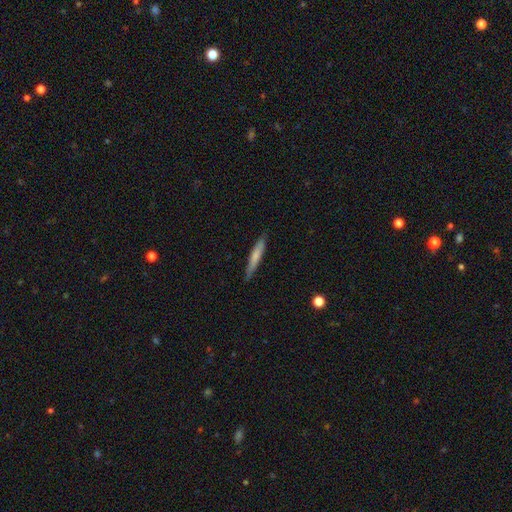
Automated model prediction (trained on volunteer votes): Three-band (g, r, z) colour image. It shows a smooth galaxy with no disk features (67%) that is cigar-shaped (93%). Merging: none (84%).